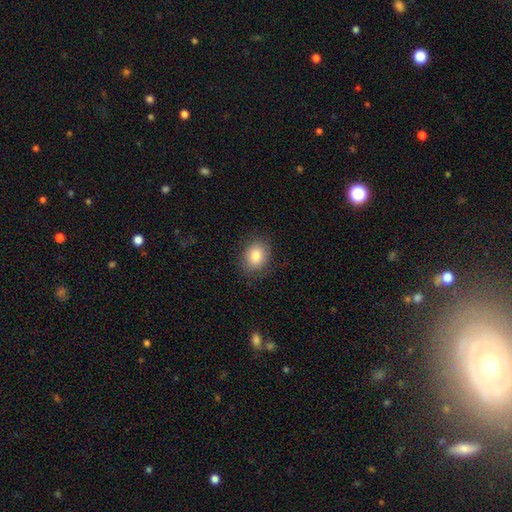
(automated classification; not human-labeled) A smooth galaxy with no disk features (83%) that is round (51%).

Vote fractions:
- Smooth or featured? smooth: 83% / star or artifact: 8% / featured or disk: 8%
- How rounded? round: 51% / in between: 49% / cigar-shaped: 1%
- Merging? none: 84% / minor disturbance: 12% / major disturbance: 3% / merger: 1%